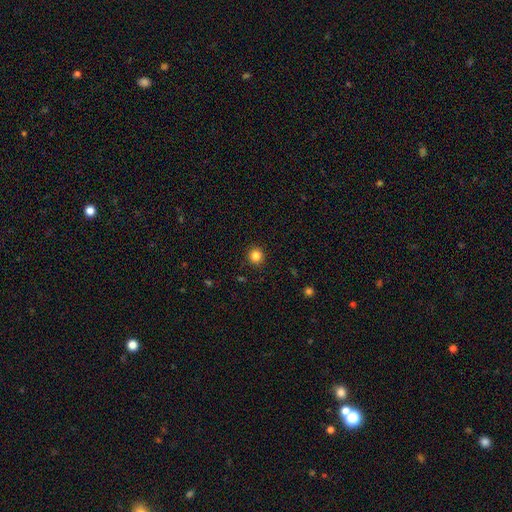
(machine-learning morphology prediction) smooth_or_featured: smooth (p=0.84) [alt: star or artifact p=0.12]
how_rounded: round (p=0.94) [alt: in between p=0.06]
merging: none (p=0.92) [alt: minor disturbance p=0.05]